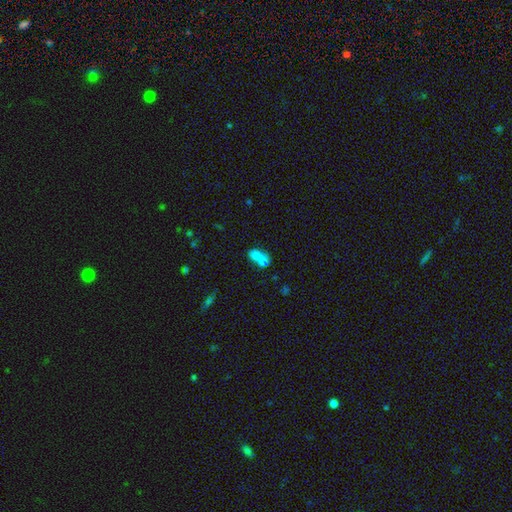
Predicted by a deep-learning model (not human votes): Q: Smooth or featured?
A: smooth (69%); runner-up: featured or disk (20%)
Q: How rounded?
A: in between (66%); runner-up: round (29%)
Q: Merging?
A: merger (70%); runner-up: none (19%)